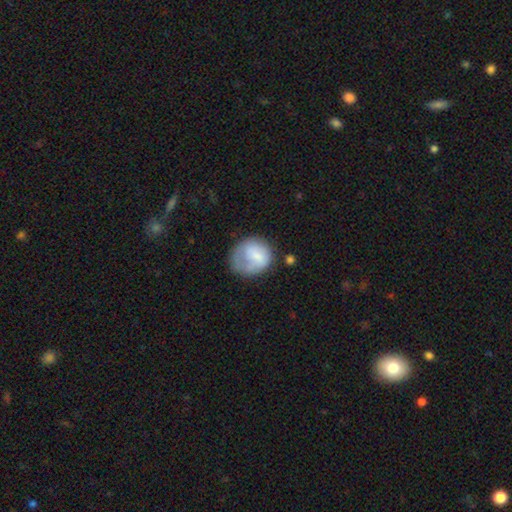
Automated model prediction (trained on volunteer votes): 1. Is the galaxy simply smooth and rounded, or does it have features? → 69% smooth, 24% featured or disk, 7% star or artifact.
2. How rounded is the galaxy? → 70% round, 29% in between, 1% cigar-shaped.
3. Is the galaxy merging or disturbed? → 42% none, 27% minor disturbance, 26% major disturbance, 4% merger.